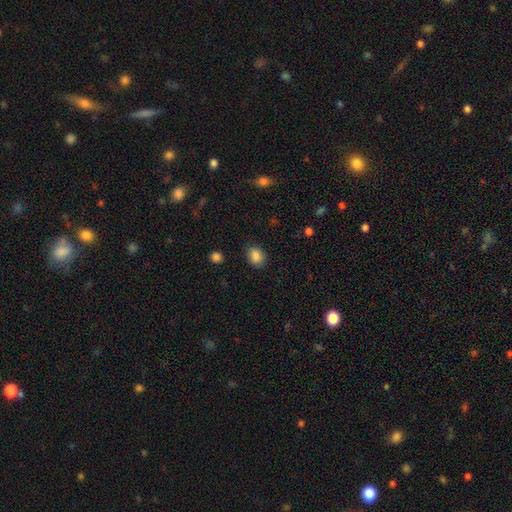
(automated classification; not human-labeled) Q: Smooth or featured?
A: smooth (86%); runner-up: star or artifact (9%)
Q: How rounded?
A: in between (53%); runner-up: round (46%)
Q: Merging?
A: none (83%); runner-up: minor disturbance (12%)